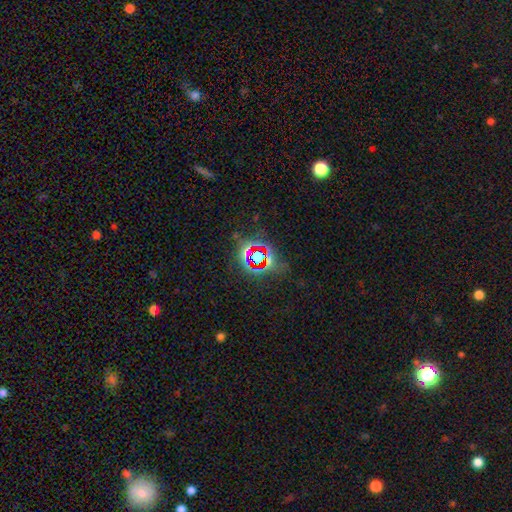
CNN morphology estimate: This appears to be a star or artifact, not a galaxy (75%).